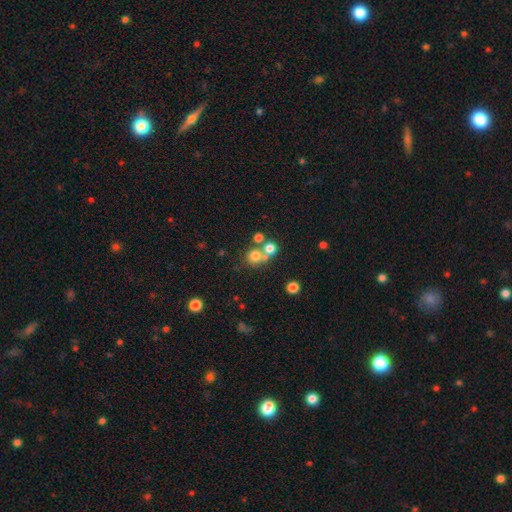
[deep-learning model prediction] Morphology: type=smooth (69%); roundness=round (88%); merging=none (49%).